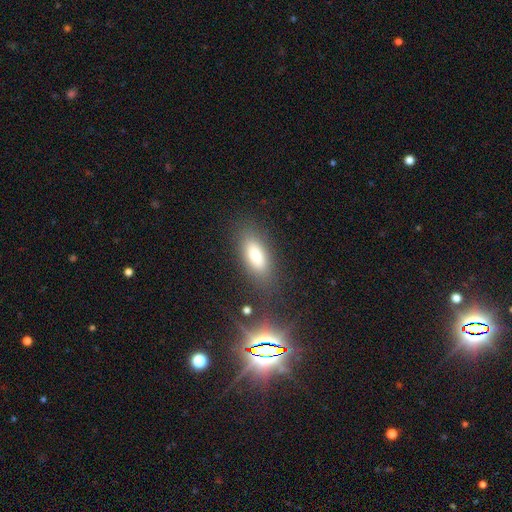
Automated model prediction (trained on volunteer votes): Smooth or featured: smooth — 80% (featured or disk — 11%)
How rounded: in between — 80% (cigar-shaped — 16%)
Merging: none — 77% (minor disturbance — 13%)